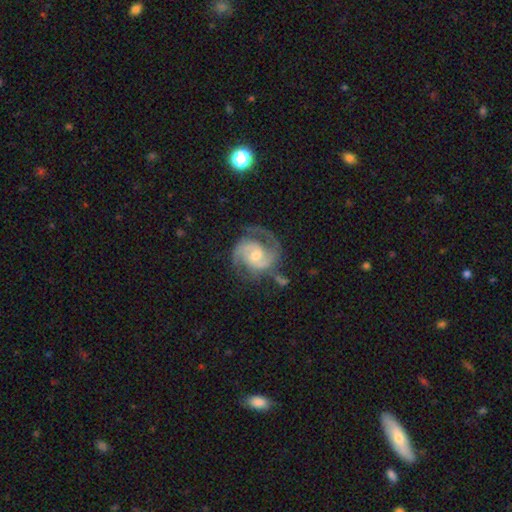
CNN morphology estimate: Overall: featured or disk (90%). Edge-on disk: no (98%). Bar: no (46%; weak 45%). Spiral arms: yes (98%). Spiral arm count: 2 (84%). Spiral winding: medium (52%; tight 37%). Bulge size: moderate (51%; small 39%). Merging: none (67%).